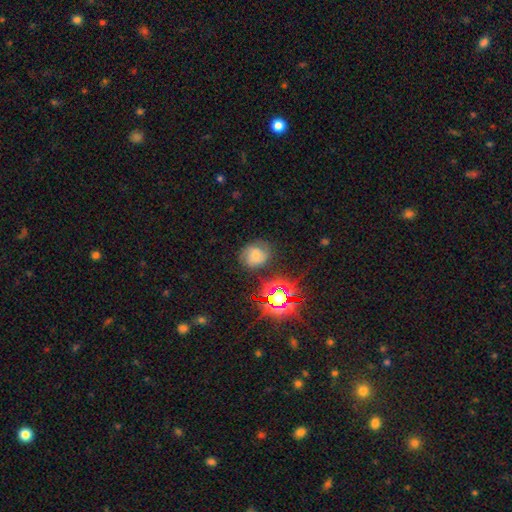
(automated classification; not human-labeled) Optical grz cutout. It shows a smooth galaxy with no disk features (42%). Merging: none (70%).